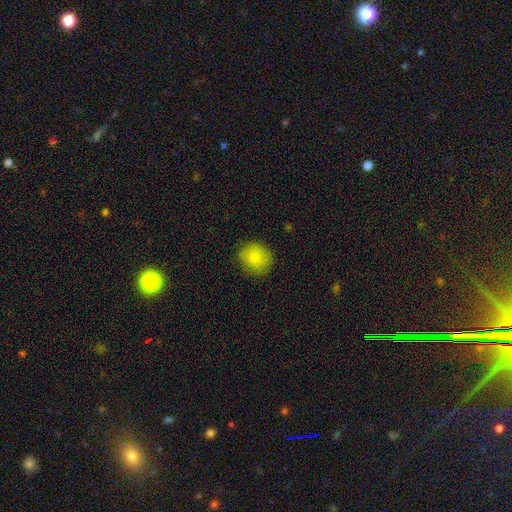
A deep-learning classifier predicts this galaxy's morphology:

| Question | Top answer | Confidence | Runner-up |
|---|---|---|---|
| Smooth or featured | smooth | 85% | star or artifact (9%) |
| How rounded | round | 85% | in between (14%) |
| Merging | none | 83% | minor disturbance (12%) |